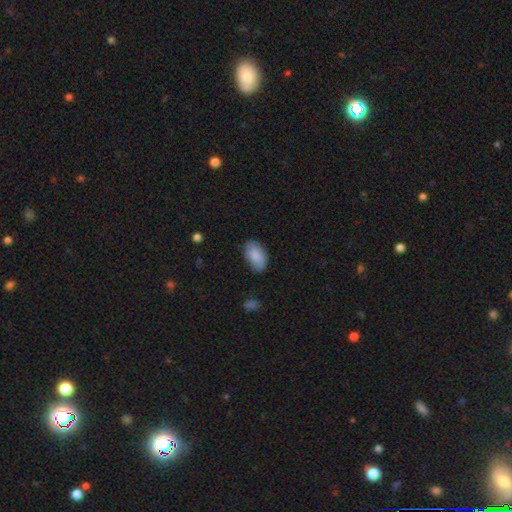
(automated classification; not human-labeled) Smooth or featured?
  - smooth: 86% *
  - featured or disk: 8%
  - star or artifact: 6%
How rounded?
  - in between: 94% *
  - round: 5%
  - cigar-shaped: 1%
Merging?
  - none: 76% *
  - minor disturbance: 19%
  - major disturbance: 4%
  - merger: 1%